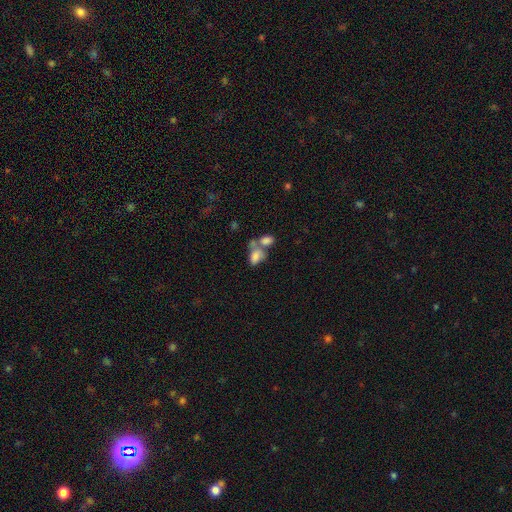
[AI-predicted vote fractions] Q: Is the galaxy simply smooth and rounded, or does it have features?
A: smooth — 76%.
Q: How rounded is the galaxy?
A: in between — 87%.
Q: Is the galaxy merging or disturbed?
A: merger — 60%.